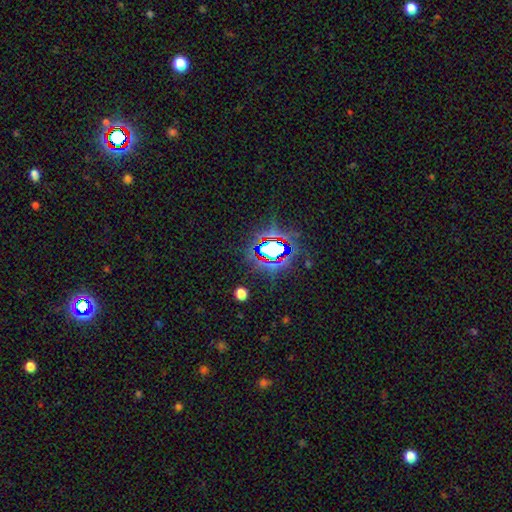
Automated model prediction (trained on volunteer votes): A star or artifact, not a galaxy (81%).

Vote fractions:
- Smooth or featured? star or artifact: 81% / smooth: 11% / featured or disk: 8%